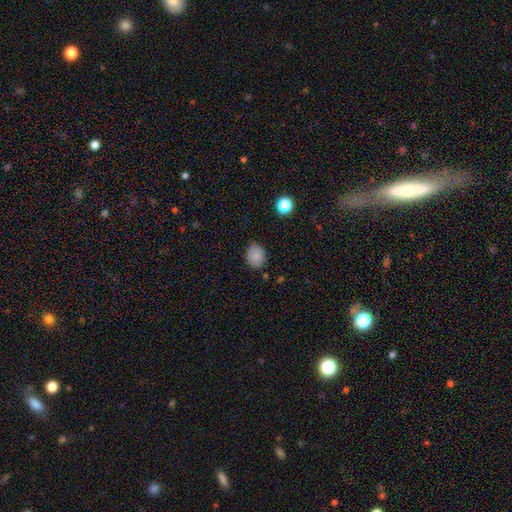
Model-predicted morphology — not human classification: A smooth galaxy with no disk features (85%) that is round (51%). Merging: none (80%).